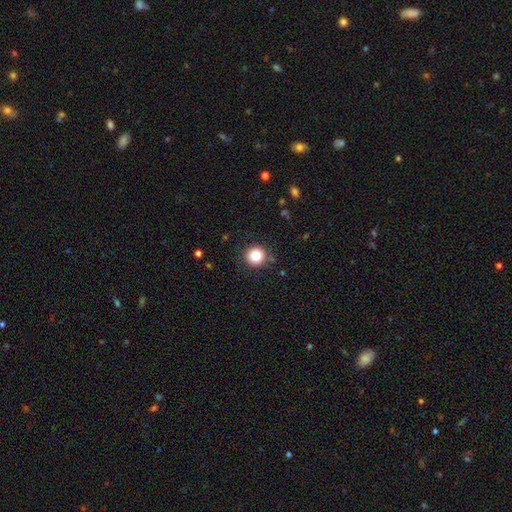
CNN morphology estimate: The model was most divided on "smooth or featured": smooth: 84%, star or artifact: 11%, featured or disk: 5%. More confident: how rounded — round (93%); merging — none (88%).